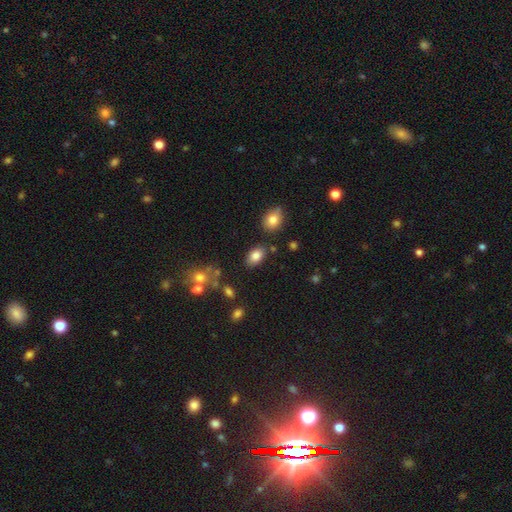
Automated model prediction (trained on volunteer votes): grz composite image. It shows a smooth galaxy with no disk features (84%) that is in between round and cigar-shaped (87%). Merging: none (80%).